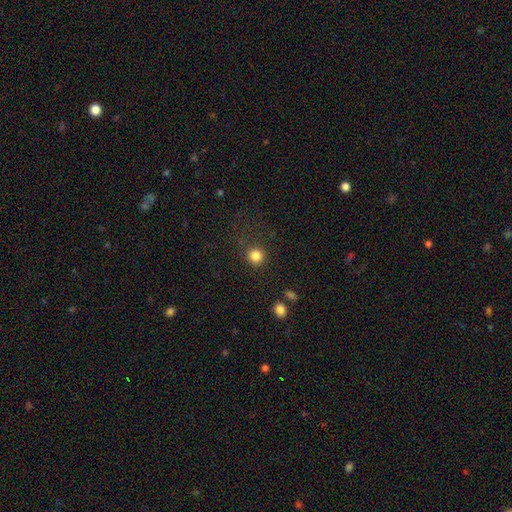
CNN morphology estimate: smooth_or_featured: smooth (p=0.84) [alt: star or artifact p=0.12]
how_rounded: round (p=0.93) [alt: in between p=0.06]
merging: none (p=0.86) [alt: minor disturbance p=0.08]